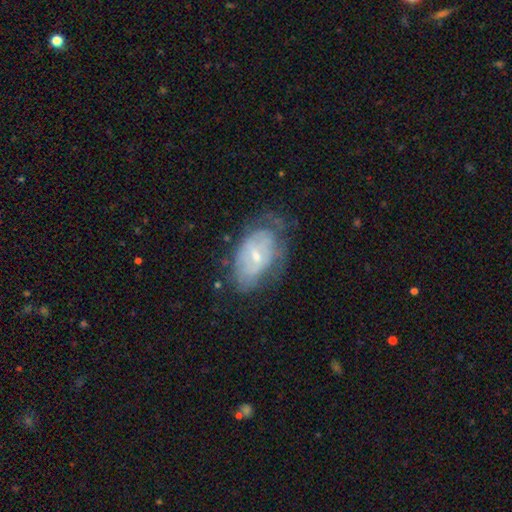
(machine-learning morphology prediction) Smooth or featured? featured or disk (65%)
Edge-on disk? no (94%)
Bar? weak (47%)
Spiral arms? yes (63%)
Bulge size? small (57%)
Merging? none (49%)